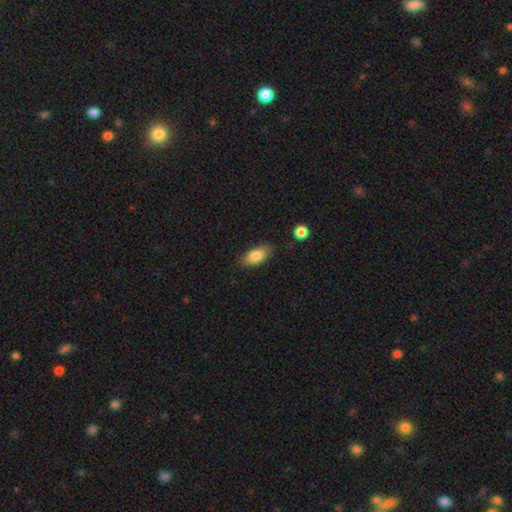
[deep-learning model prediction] smooth_or_featured: smooth (p=0.83) [alt: featured or disk p=0.10]
how_rounded: in between (p=0.89) [alt: cigar-shaped p=0.08]
merging: none (p=0.82) [alt: minor disturbance p=0.14]